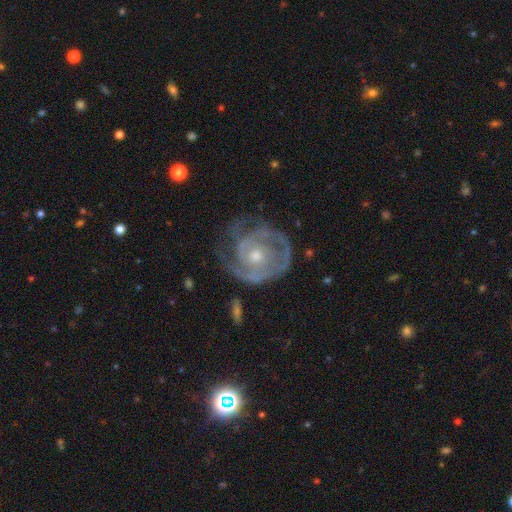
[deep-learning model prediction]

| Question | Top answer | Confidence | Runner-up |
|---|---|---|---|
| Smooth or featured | featured or disk | 86% | smooth (8%) |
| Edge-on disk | no | 98% | yes (2%) |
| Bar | no | 77% | weak (18%) |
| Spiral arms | yes | 92% | no (8%) |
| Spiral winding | tight | 69% | medium (24%) |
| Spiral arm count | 2 | 32% | can't tell (27%) |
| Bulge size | moderate | 51% | small (44%) |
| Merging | none | 61% | minor disturbance (22%) |